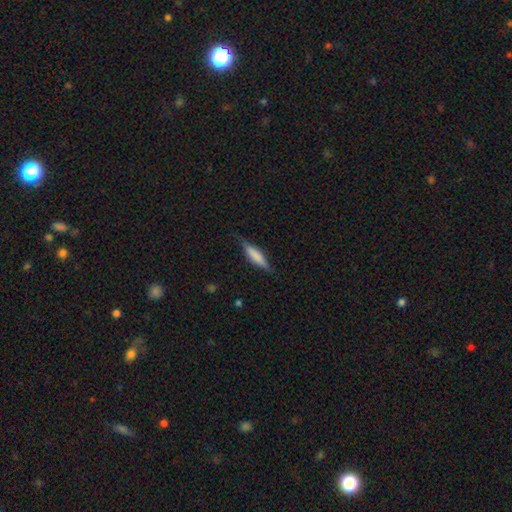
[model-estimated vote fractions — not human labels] A smooth galaxy with no disk features (61%) that is cigar-shaped (70%). Merging: none (76%).